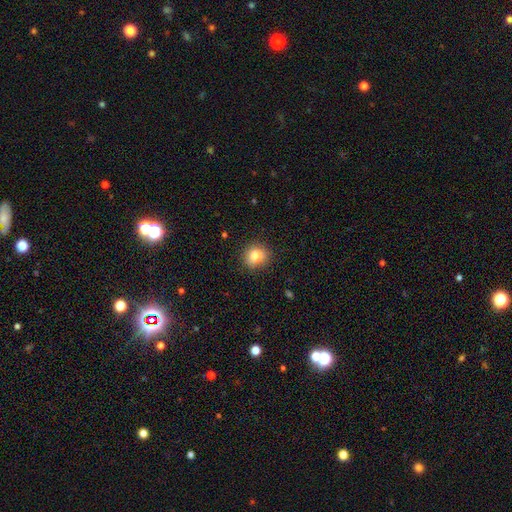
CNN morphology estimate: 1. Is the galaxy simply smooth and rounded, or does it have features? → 81% smooth, 11% star or artifact, 8% featured or disk.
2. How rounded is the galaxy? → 85% round, 14% in between, 1% cigar-shaped.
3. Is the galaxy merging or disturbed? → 86% none, 10% minor disturbance, 2% major disturbance, 1% merger.